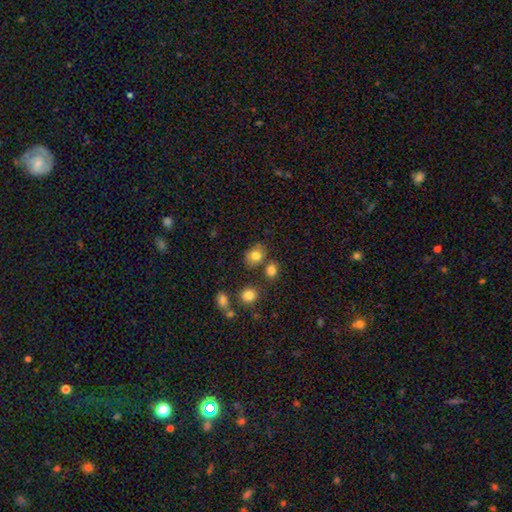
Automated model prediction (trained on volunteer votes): smooth_or_featured: smooth (p=0.80) [alt: star or artifact p=0.11]
how_rounded: round (p=0.50) [alt: in between p=0.49]
merging: none (p=0.67) [alt: minor disturbance p=0.16]